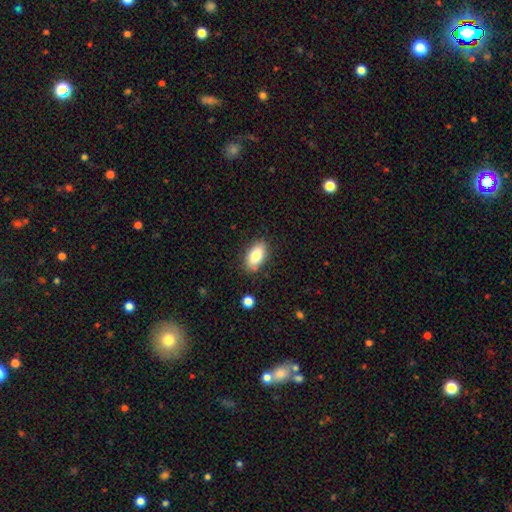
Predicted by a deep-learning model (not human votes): This appears to be a smooth galaxy with no disk features (82%) that is in between round and cigar-shaped (91%). Merging: none (83%).